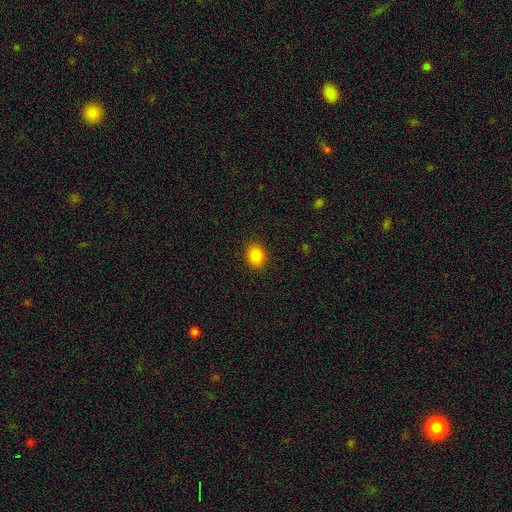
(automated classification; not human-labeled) The model was most divided on "how rounded": round: 55%, in between: 44%, cigar-shaped: 1%. More confident: merging — none (90%); smooth or featured — smooth (84%).